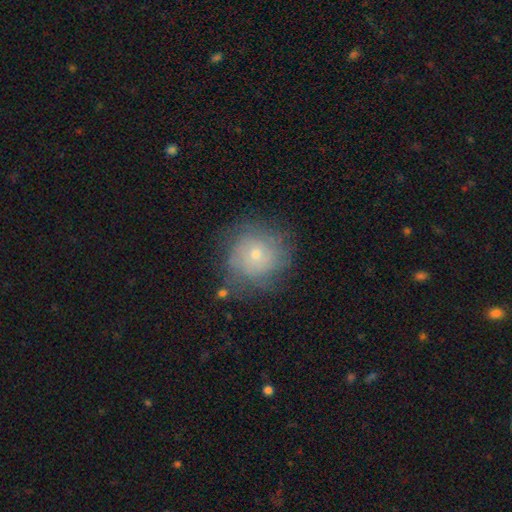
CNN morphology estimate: Q: Smooth or featured?
A: smooth (52%); runner-up: featured or disk (37%)
Q: How rounded?
A: round (90%); runner-up: in between (9%)
Q: Merging?
A: none (68%); runner-up: minor disturbance (20%)